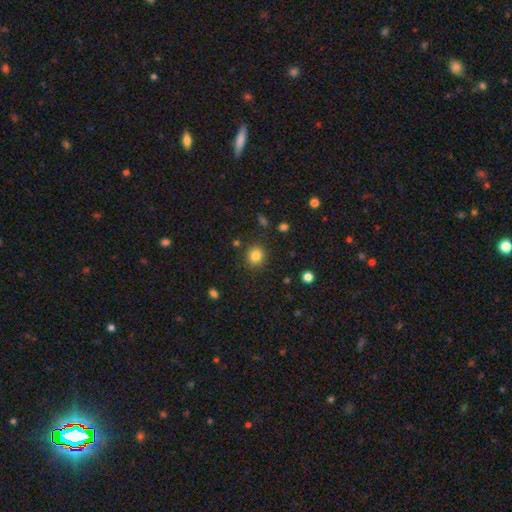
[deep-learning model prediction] Morphology: type=smooth (83%); roundness=round (83%); merging=none (87%).